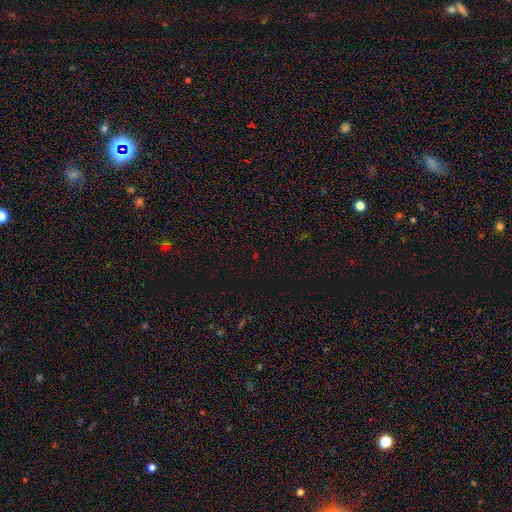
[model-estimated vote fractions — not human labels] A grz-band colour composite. It shows a star or artifact, not a galaxy (70%).